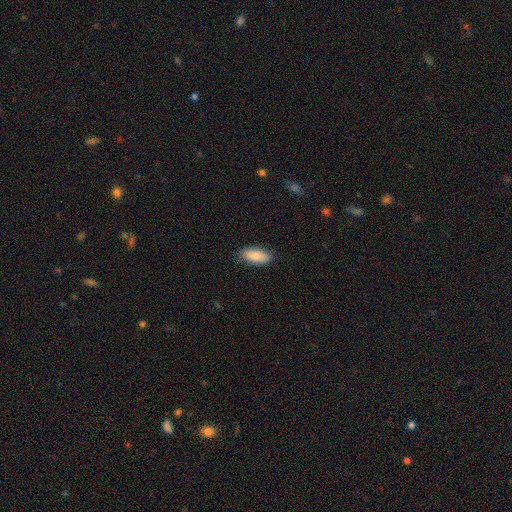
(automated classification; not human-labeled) Smooth or featured? Predicted: smooth (p=0.82). How rounded? Predicted: in between (p=0.84). Merging? Predicted: none (p=0.82).